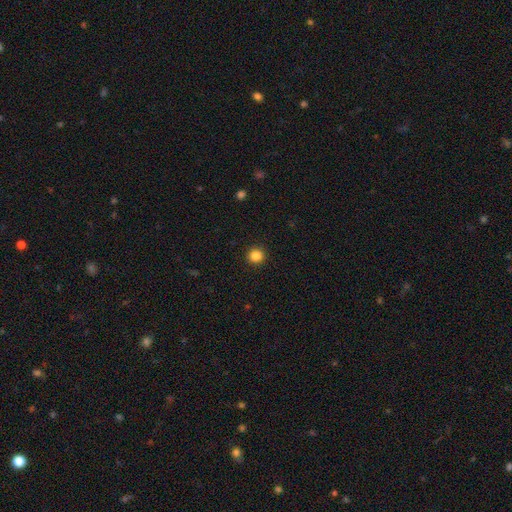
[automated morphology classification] smooth 85%, star or artifact 11%, featured or disk 3%. Down the decision tree: how rounded — round (93%); merging — none (93%).